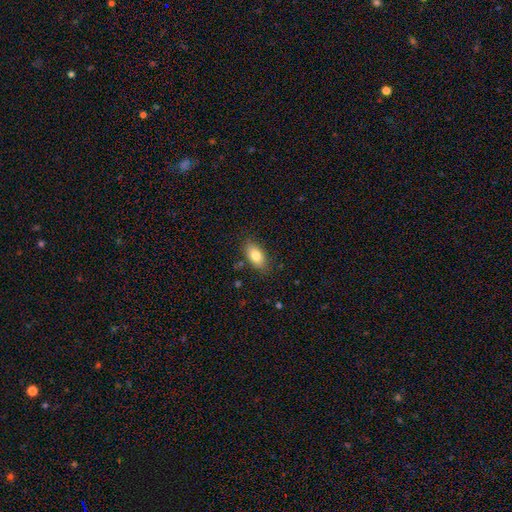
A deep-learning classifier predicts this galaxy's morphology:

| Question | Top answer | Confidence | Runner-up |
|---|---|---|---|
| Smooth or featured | smooth | 80% | featured or disk (13%) |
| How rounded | in between | 90% | cigar-shaped (5%) |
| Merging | none | 84% | minor disturbance (12%) |